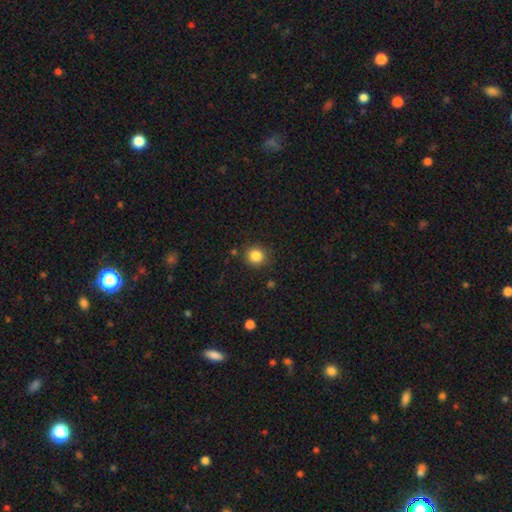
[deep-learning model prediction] This appears to be a smooth galaxy with no disk features (84%) that is round (92%). Merging: none (87%).